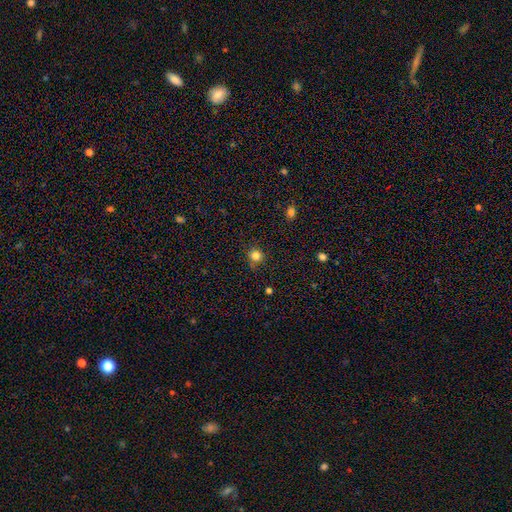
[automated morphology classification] A smooth galaxy with no disk features (82%) that is round (91%). Merging: none (83%).